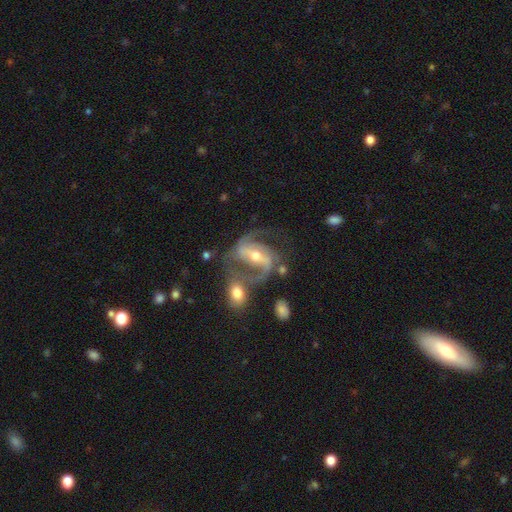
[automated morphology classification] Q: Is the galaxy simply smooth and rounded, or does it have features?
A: featured or disk — 89%.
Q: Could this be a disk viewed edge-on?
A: no — 96%.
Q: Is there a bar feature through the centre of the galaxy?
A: strong — 59%.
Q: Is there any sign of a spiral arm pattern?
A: yes — 96%.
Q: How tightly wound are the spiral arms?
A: medium — 56%.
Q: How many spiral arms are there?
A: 2 — 88%.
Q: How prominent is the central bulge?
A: moderate — 57%.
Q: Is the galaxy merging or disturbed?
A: none — 53%.